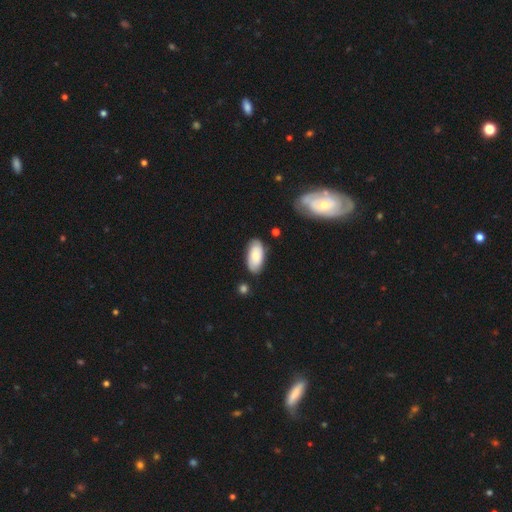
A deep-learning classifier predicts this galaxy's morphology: This is likely a smooth galaxy (76%). How rounded: clearly in between (93%). Merging: likely none (79%).